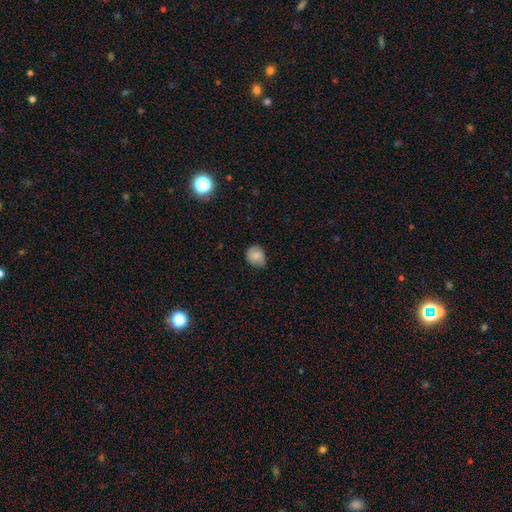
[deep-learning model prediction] smooth-or-featured: smooth: 77% | featured or disk: 14% | star or artifact: 9%
  how-rounded: round: 60% | in between: 39% | cigar-shaped: 1%
  merging: none: 64% | minor disturbance: 30% | major disturbance: 5% | merger: 1%